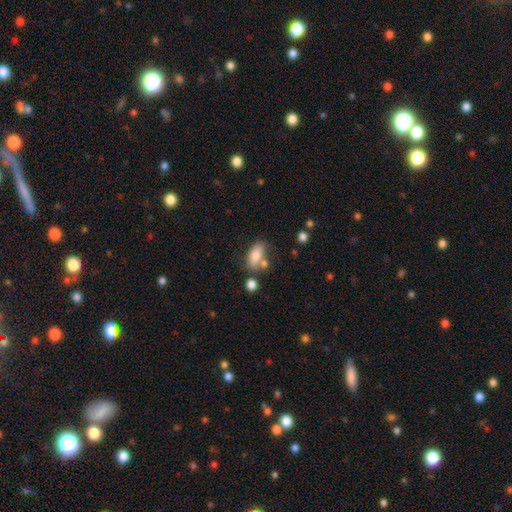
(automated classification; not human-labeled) A smooth galaxy with no disk features (76%) that is in between round and cigar-shaped (86%).

Vote fractions:
- Smooth or featured? smooth: 76% / featured or disk: 15% / star or artifact: 8%
- How rounded? in between: 86% / cigar-shaped: 8% / round: 6%
- Merging? none: 56% / merger: 19% / minor disturbance: 19% / major disturbance: 7%